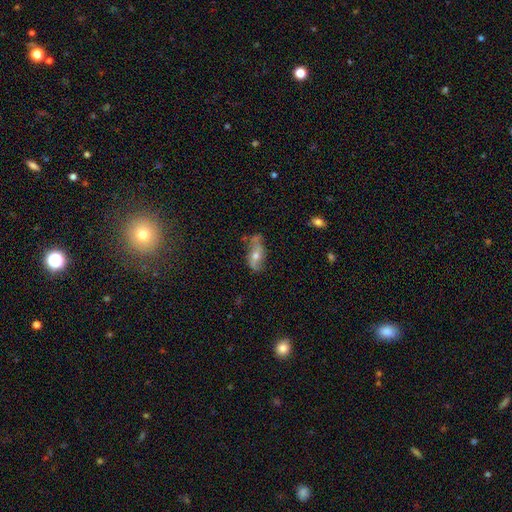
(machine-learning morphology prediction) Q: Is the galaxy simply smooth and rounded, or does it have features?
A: featured or disk — 54%.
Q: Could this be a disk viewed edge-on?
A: no — 84%.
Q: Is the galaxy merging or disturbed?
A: none — 53%.